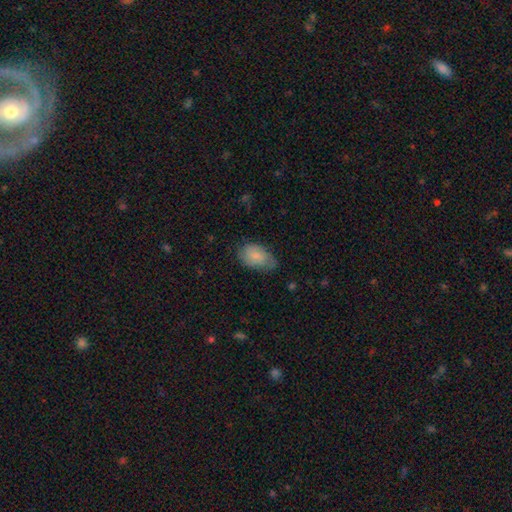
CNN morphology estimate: Smooth or featured?
  - smooth: 77% *
  - featured or disk: 16%
  - star or artifact: 7%
How rounded?
  - in between: 92% *
  - round: 6%
  - cigar-shaped: 2%
Merging?
  - none: 61% *
  - minor disturbance: 31%
  - major disturbance: 7%
  - merger: 1%